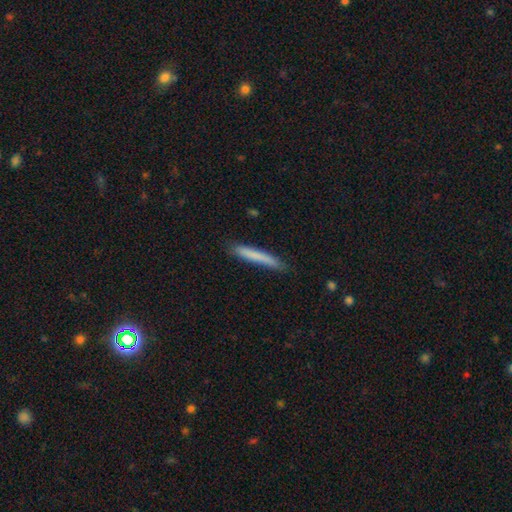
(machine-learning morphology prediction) smooth_or_featured: smooth (p=0.76) [alt: featured or disk p=0.18]
how_rounded: cigar-shaped (p=0.95) [alt: in between p=0.04]
merging: none (p=0.83) [alt: minor disturbance p=0.13]